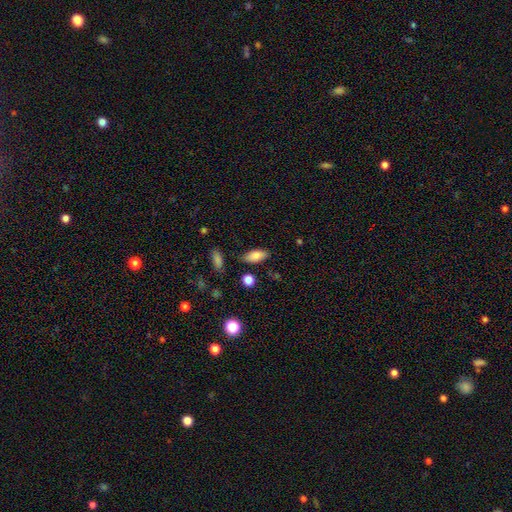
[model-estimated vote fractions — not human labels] Overall: smooth (83%). How rounded: in between (87%). Merging: none (82%).